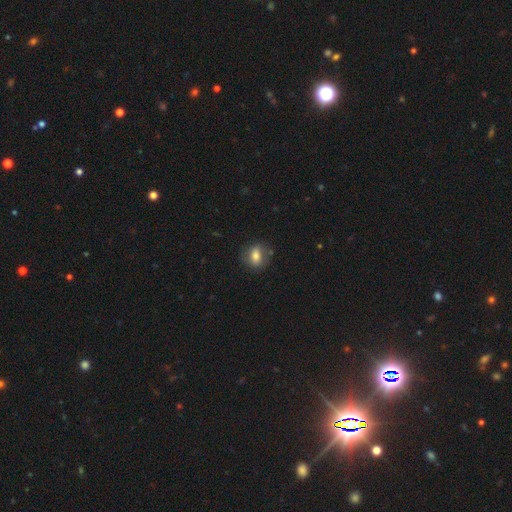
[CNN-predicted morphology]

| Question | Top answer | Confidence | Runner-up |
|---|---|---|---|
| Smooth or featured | smooth | 71% | featured or disk (20%) |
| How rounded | in between | 57% | round (41%) |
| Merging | none | 76% | minor disturbance (16%) |